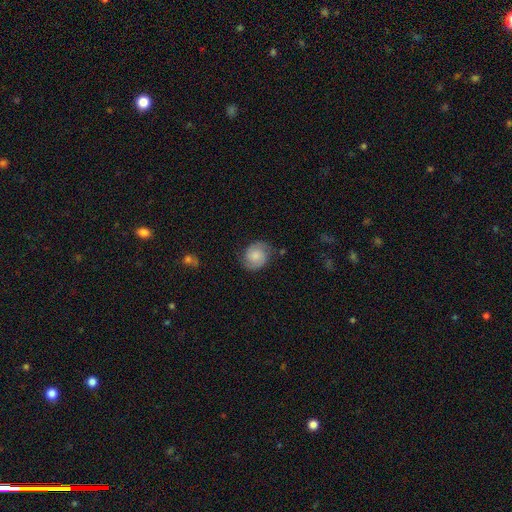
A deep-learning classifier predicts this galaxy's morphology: This appears to be a smooth galaxy with no disk features (52%) that is round (68%). Merging: none (72%).